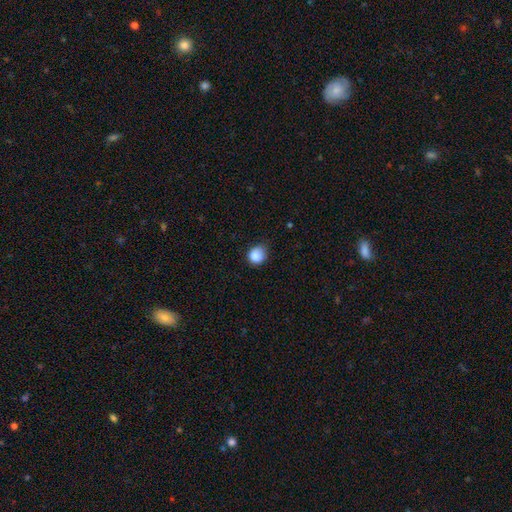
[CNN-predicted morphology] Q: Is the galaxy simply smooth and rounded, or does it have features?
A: smooth — 87%.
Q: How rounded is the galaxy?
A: round — 80%.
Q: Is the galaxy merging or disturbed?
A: none — 63%.